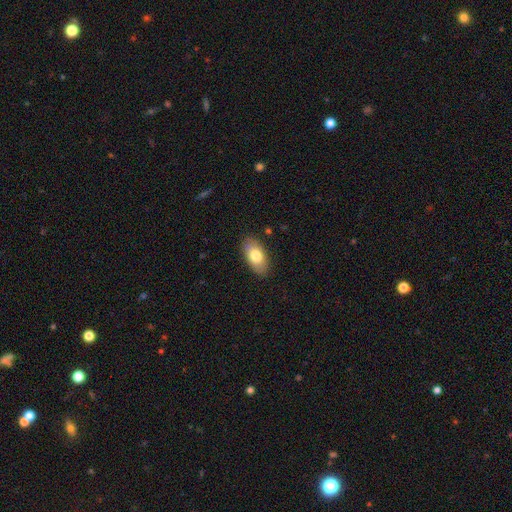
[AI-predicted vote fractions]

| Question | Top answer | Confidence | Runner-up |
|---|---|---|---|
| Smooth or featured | smooth | 77% | featured or disk (17%) |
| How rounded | in between | 93% | round (4%) |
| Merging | none | 86% | minor disturbance (11%) |